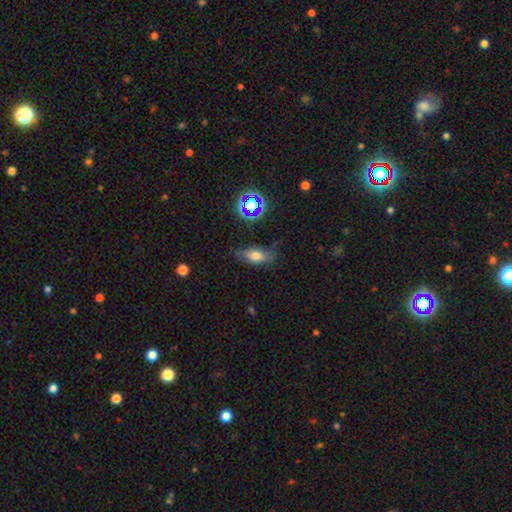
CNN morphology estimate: Smooth or featured? smooth (68%)
How rounded? in between (78%)
Merging? none (74%)